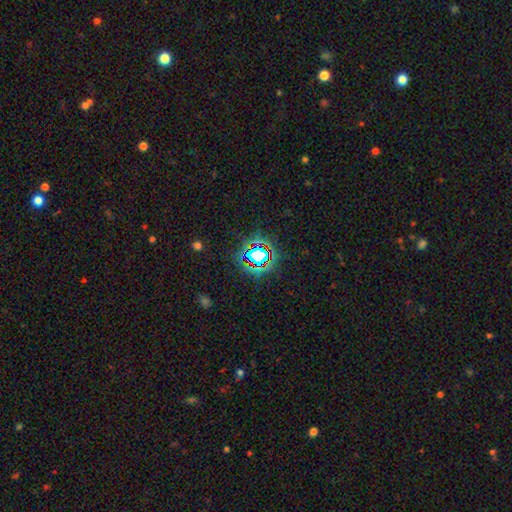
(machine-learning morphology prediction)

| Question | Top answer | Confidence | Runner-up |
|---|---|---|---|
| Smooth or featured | star or artifact | 68% | smooth (21%) |